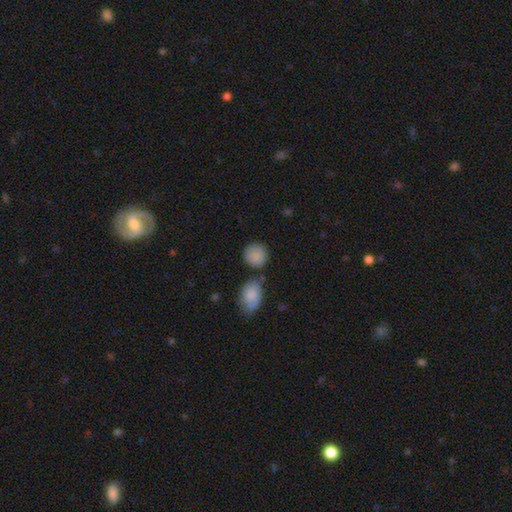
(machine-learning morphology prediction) smooth-or-featured: smooth: 88% | star or artifact: 7% | featured or disk: 5%
  how-rounded: round: 83% | in between: 16% | cigar-shaped: 1%
  merging: none: 70% | minor disturbance: 14% | merger: 12% | major disturbance: 4%